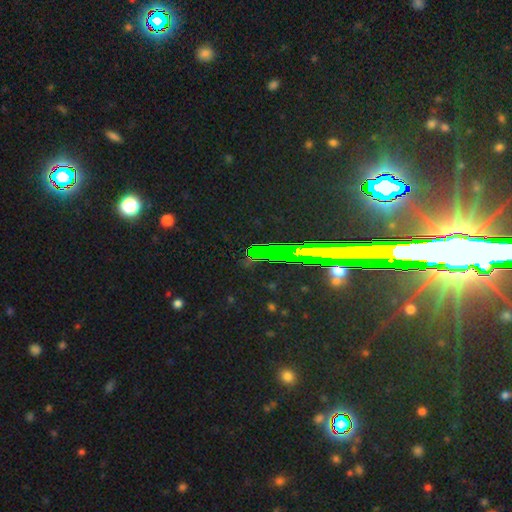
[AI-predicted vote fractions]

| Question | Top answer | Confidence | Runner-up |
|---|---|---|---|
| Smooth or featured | star or artifact | 76% | smooth (13%) |